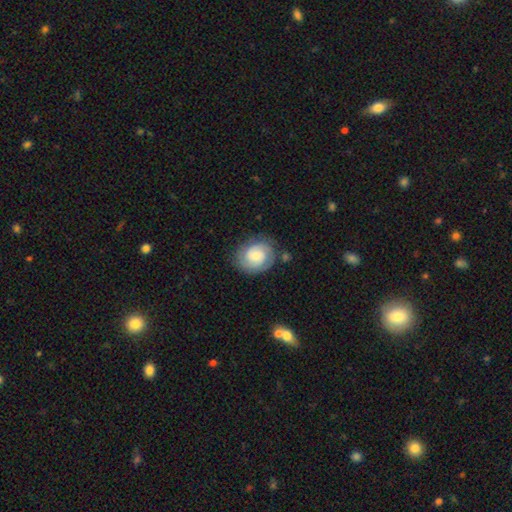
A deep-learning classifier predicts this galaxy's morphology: A featured or disk galaxy (69%) with no bar (57%), 2 (65%) tight (67%) spiral arms (93%) and a moderate central bulge (43%). Merging: none (79%).